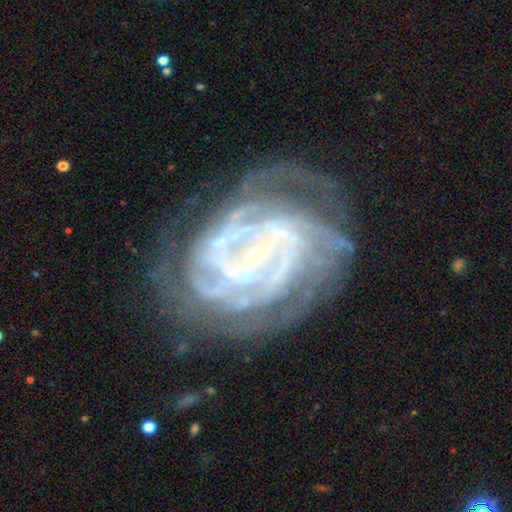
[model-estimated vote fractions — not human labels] smooth-or-featured: featured or disk: 89% | star or artifact: 6% | smooth: 4%
  disk-edge-on: no: 97% | yes: 3%
    bar: no: 41% | weak: 35% | strong: 24%
    has-spiral-arms: yes: 96% | no: 4%
      spiral-winding: tight: 73% | medium: 23% | loose: 4%
      spiral-arm-count: can't tell: 27% | 4: 22% | 3: 16% | 2: 14% | more than 4: 13% | 1: 7%
    bulge-size: small: 84% | moderate: 10% | none: 3% | large: 1% | dominant: 1%
  merging: none: 67% | minor disturbance: 19% | major disturbance: 12% | merger: 2%